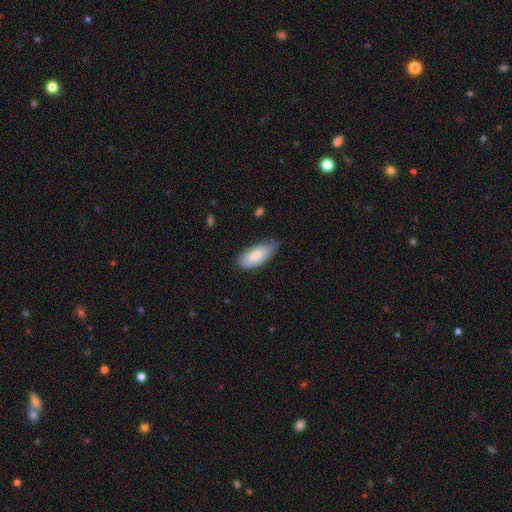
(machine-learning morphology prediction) Smooth or featured? Predicted: smooth (p=0.81). How rounded? Predicted: in between (p=0.86). Merging? Predicted: none (p=0.72).